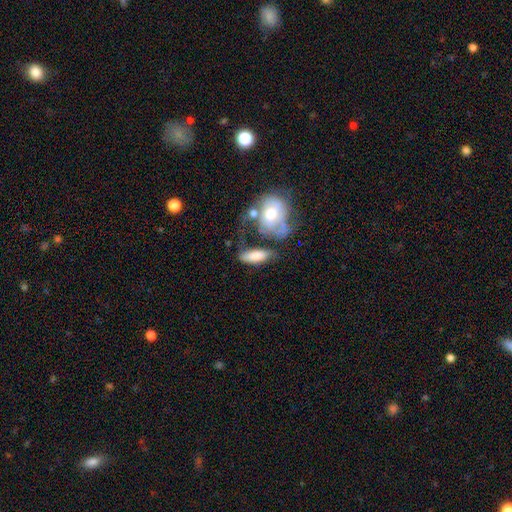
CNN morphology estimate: smooth 69%, featured or disk 24%, star or artifact 7%. Down the decision tree: how rounded — in between (71%); merging — none (39%).